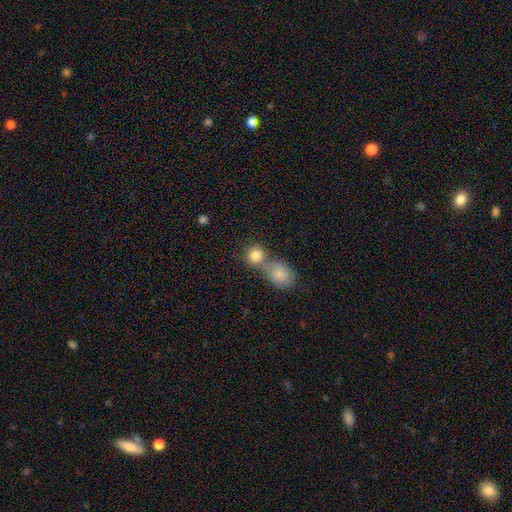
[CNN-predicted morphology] Q: Smooth or featured?
A: smooth (83%); runner-up: star or artifact (9%)
Q: How rounded?
A: round (82%); runner-up: in between (16%)
Q: Merging?
A: merger (51%); runner-up: none (39%)